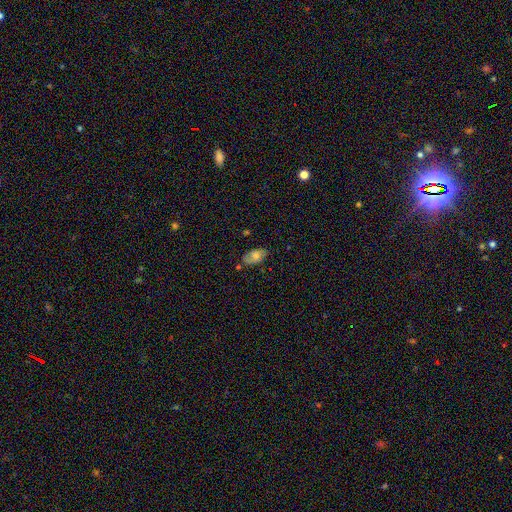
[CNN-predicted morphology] Smooth or featured?
  - smooth: 56% *
  - featured or disk: 34%
  - star or artifact: 9%
How rounded?
  - in between: 90% *
  - round: 6%
  - cigar-shaped: 3%
Merging?
  - none: 69% *
  - minor disturbance: 23%
  - major disturbance: 5%
  - merger: 4%